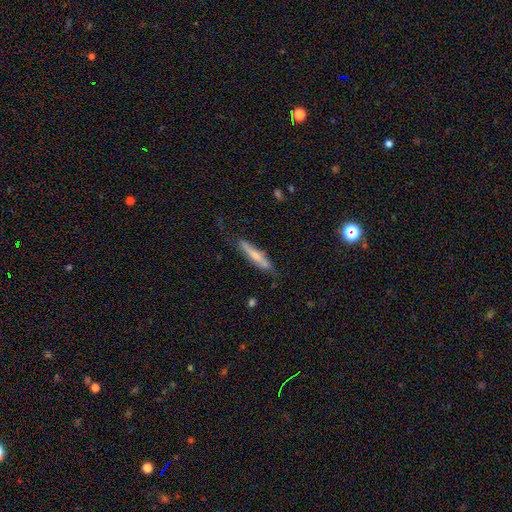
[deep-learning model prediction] A smooth galaxy with no disk features (54%) that is cigar-shaped (90%). Merging: none (72%).